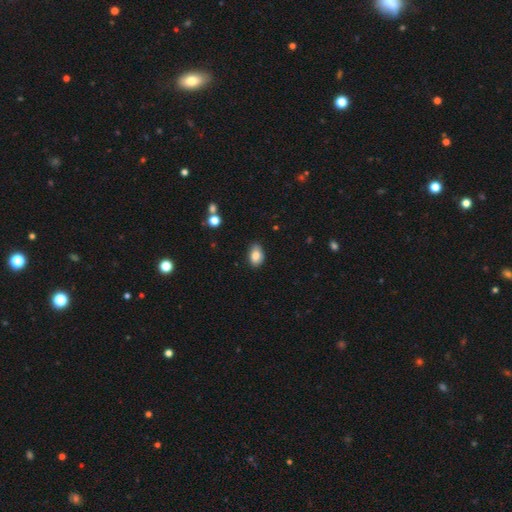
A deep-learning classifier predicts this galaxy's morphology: Smooth or featured: smooth — 83% (featured or disk — 8%)
How rounded: in between — 86% (round — 13%)
Merging: none — 80% (minor disturbance — 16%)